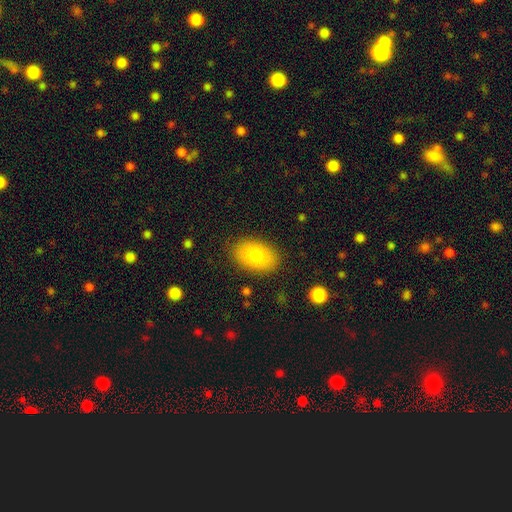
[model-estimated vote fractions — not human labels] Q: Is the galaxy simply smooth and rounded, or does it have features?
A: smooth — 82%.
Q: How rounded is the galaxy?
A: in between — 89%.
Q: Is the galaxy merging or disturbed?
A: none — 85%.